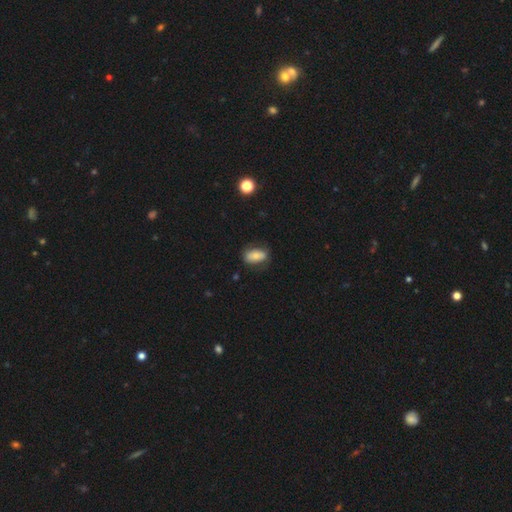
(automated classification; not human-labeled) The model was most divided on "merging": none: 70%, minor disturbance: 21%, major disturbance: 8%, merger: 2%. More confident: how rounded — in between (88%); smooth or featured — smooth (72%).